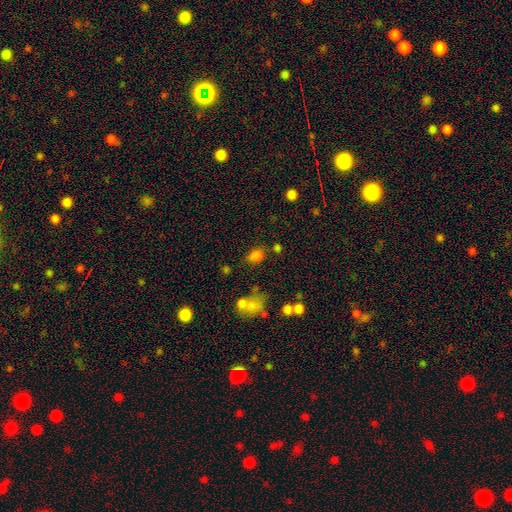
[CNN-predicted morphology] smooth 77%, star or artifact 17%, featured or disk 6%. Down the decision tree: how rounded — in between (75%); merging — none (66%).